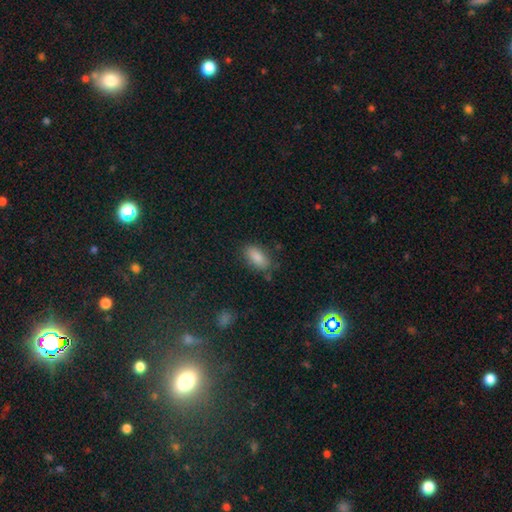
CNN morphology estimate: type=smooth (84%); roundness=in between (89%); merging=none (79%).